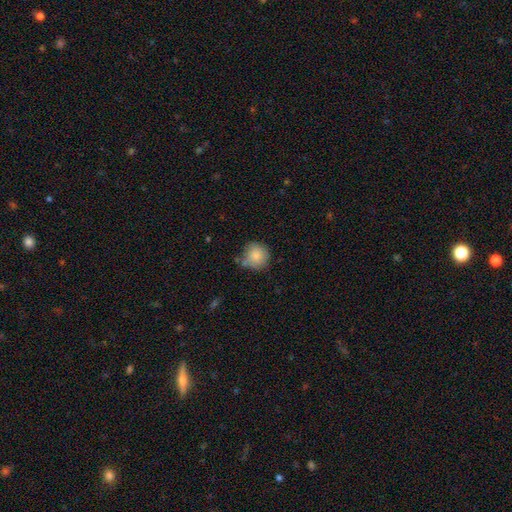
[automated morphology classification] Smooth or featured? smooth (85%)
How rounded? round (90%)
Merging? none (69%)